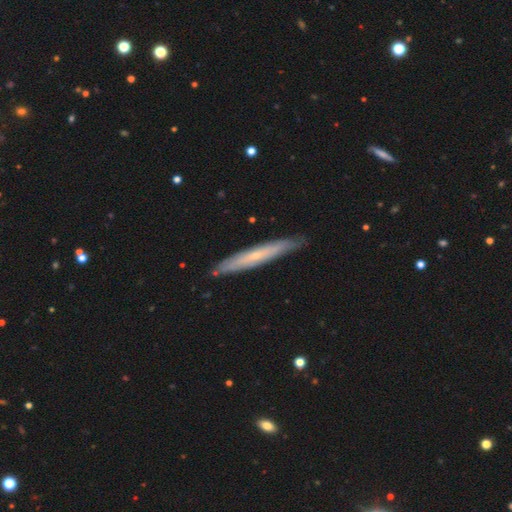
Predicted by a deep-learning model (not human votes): Smooth or featured: featured or disk — 60% (smooth — 35%)
Edge-on disk: yes — 84% (no — 16%)
Merging: none — 87% (minor disturbance — 10%)